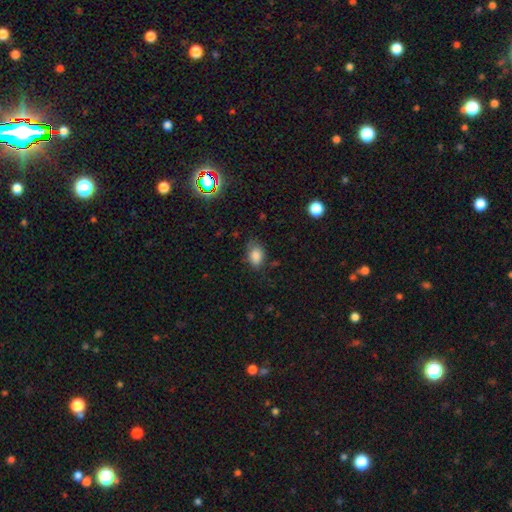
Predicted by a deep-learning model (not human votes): smooth_or_featured: smooth (p=0.85) [alt: star or artifact p=0.09]
how_rounded: in between (p=0.81) [alt: round p=0.17]
merging: none (p=0.67) [alt: minor disturbance p=0.25]